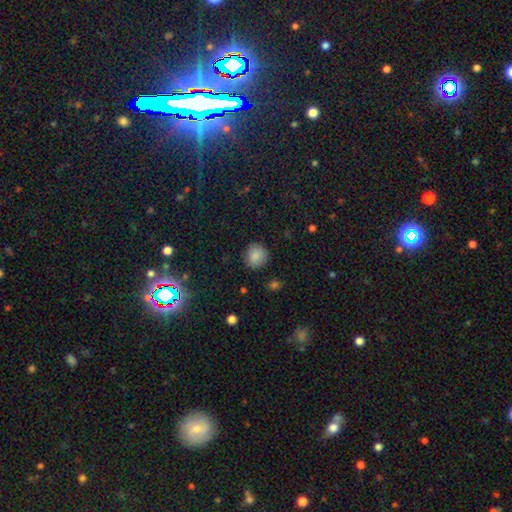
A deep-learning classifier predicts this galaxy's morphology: smooth-or-featured: smooth: 85% | star or artifact: 10% | featured or disk: 4%
  how-rounded: round: 89% | in between: 10% | cigar-shaped: 1%
  merging: none: 87% | minor disturbance: 9% | major disturbance: 3% | merger: 1%